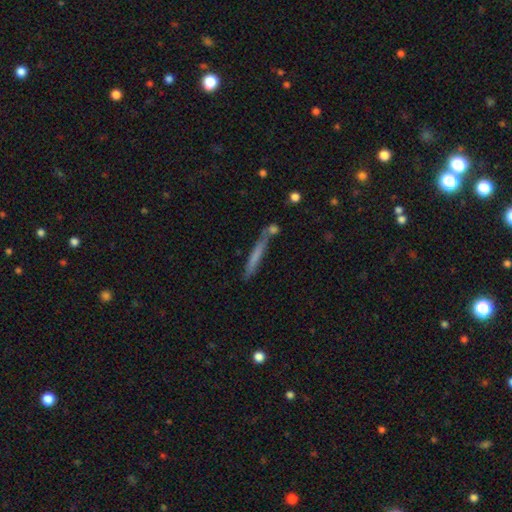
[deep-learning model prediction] smooth 59%, featured or disk 33%, star or artifact 8%. Down the decision tree: how rounded — cigar-shaped (95%); merging — none (71%).